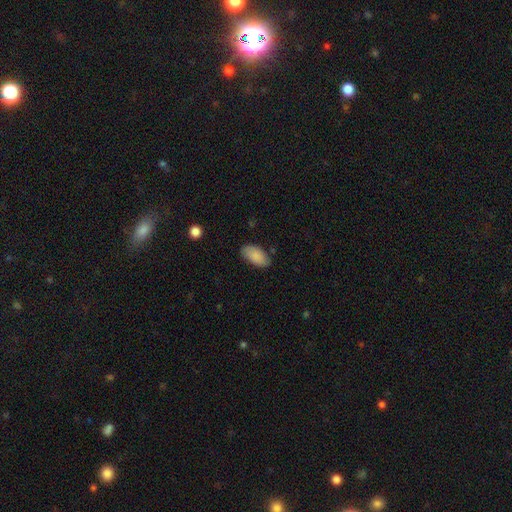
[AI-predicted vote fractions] Smooth or featured?
  - smooth: 88% *
  - featured or disk: 6%
  - star or artifact: 6%
How rounded?
  - in between: 95% *
  - cigar-shaped: 3%
  - round: 3%
Merging?
  - none: 81% *
  - minor disturbance: 15%
  - major disturbance: 3%
  - merger: 1%